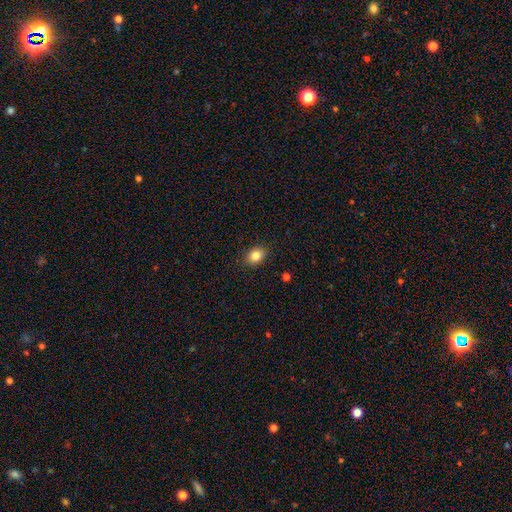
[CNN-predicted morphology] Overall: smooth (84%). How rounded: in between (73%). Merging: none (88%).